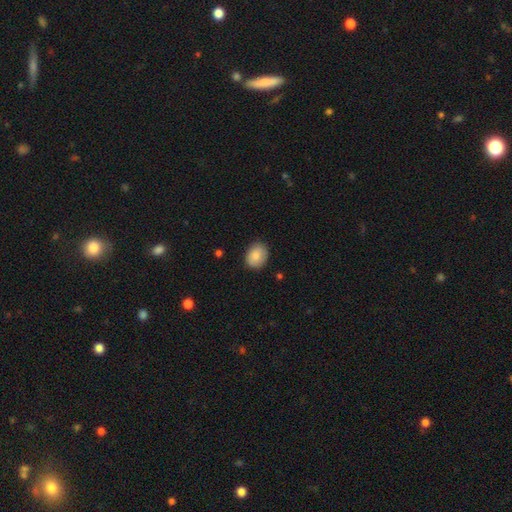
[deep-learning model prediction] A smooth galaxy with no disk features (86%) that is in between round and cigar-shaped (59%).

Vote fractions:
- Smooth or featured? smooth: 86% / featured or disk: 7% / star or artifact: 7%
- How rounded? in between: 59% / round: 40% / cigar-shaped: 1%
- Merging? none: 83% / minor disturbance: 14% / major disturbance: 2% / merger: 1%